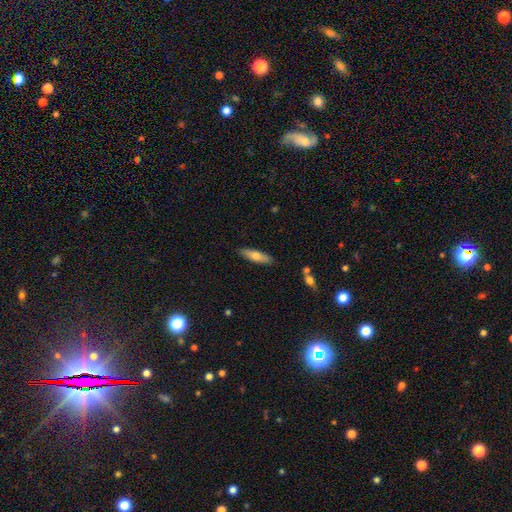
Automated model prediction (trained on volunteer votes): Morphology: type=smooth (67%); roundness=cigar-shaped (64%); merging=none (88%).